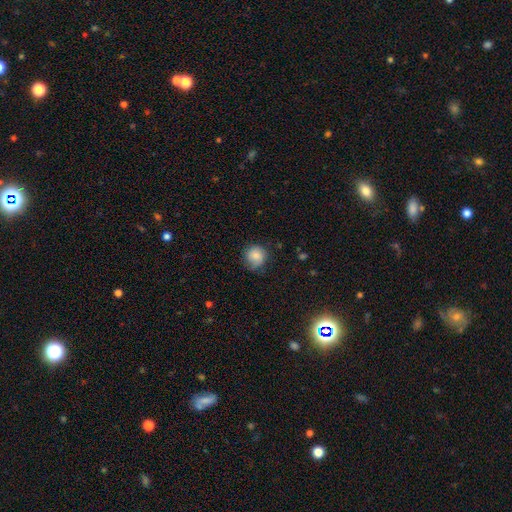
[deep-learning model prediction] This is clearly a smooth galaxy (81%). How rounded: clearly round (89%). Merging: likely none (72%).